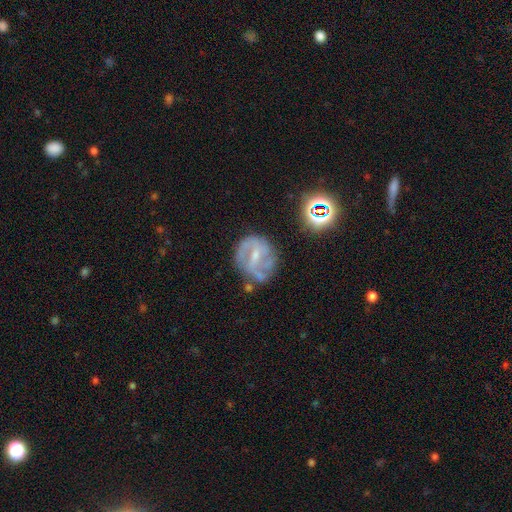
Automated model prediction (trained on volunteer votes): smooth_or_featured: featured or disk (p=0.75) [alt: smooth p=0.14]
disk_edge_on: no (p=0.97) [alt: yes p=0.03]
bar: weak (p=0.49) [alt: strong p=0.29]
has_spiral_arms: yes (p=0.83) [alt: no p=0.17]
spiral_winding: medium (p=0.45) [alt: tight p=0.29]
spiral_arm_count: 2 (p=0.53) [alt: can't tell p=0.24]
bulge_size: small (p=0.62) [alt: moderate p=0.27]
merging: none (p=0.62) [alt: minor disturbance p=0.22]